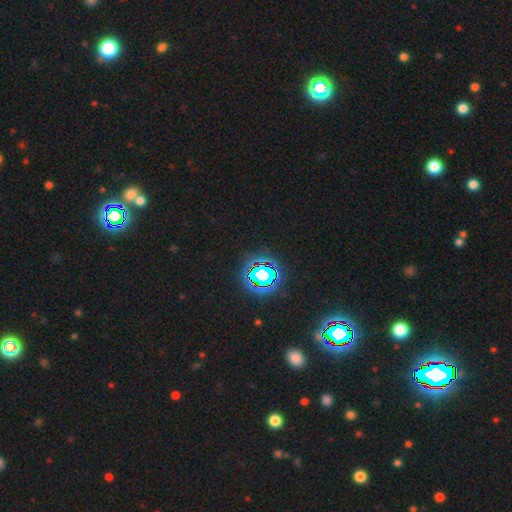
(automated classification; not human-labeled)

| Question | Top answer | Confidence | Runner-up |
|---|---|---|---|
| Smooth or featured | star or artifact | 80% | smooth (13%) |